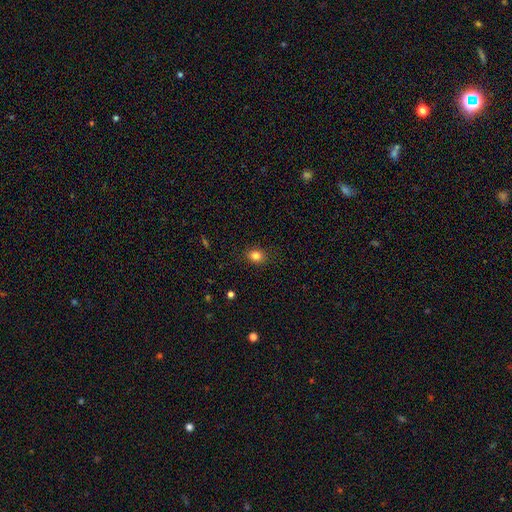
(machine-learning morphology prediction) Smooth or featured?
  - smooth: 83% *
  - star or artifact: 12%
  - featured or disk: 5%
How rounded?
  - round: 62% *
  - in between: 37%
  - cigar-shaped: 1%
Merging?
  - none: 88% *
  - minor disturbance: 8%
  - major disturbance: 2%
  - merger: 1%